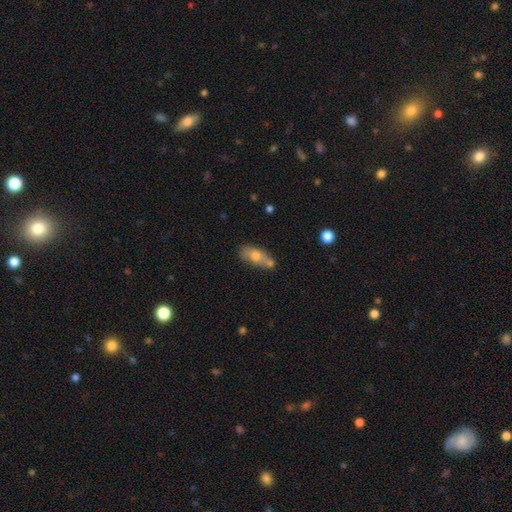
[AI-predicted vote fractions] Smooth or featured: smooth — 65% (featured or disk — 28%)
How rounded: in between — 79% (cigar-shaped — 16%)
Merging: none — 48% (merger — 24%)